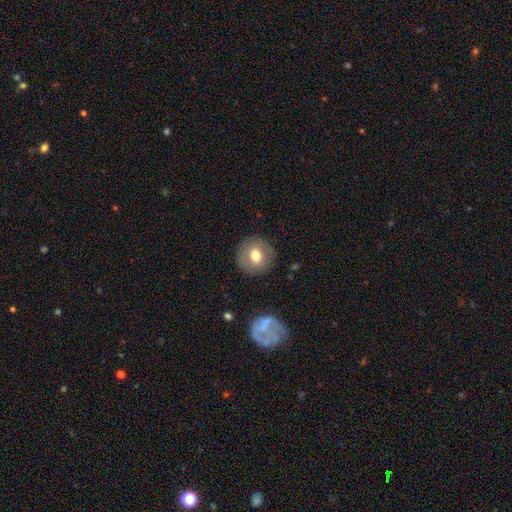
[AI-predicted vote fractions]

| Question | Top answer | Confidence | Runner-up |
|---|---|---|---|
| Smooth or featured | smooth | 69% | featured or disk (22%) |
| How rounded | round | 91% | in between (8%) |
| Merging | none | 89% | minor disturbance (7%) |